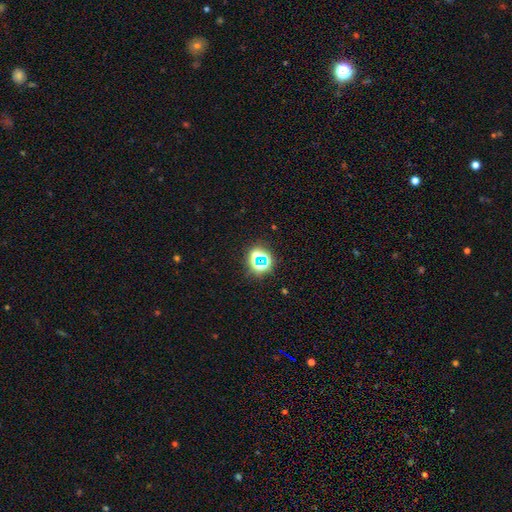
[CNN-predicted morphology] A star or artifact, not a galaxy (67%).